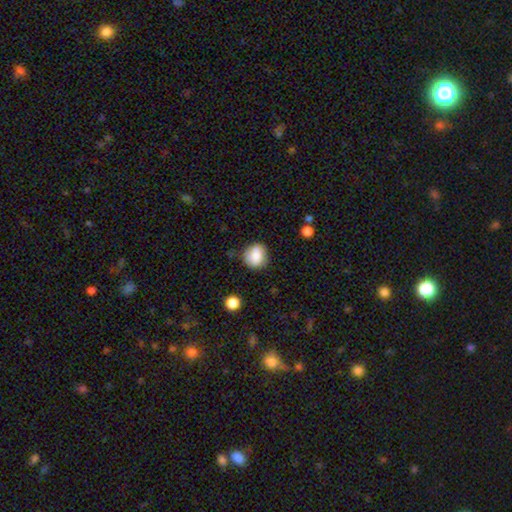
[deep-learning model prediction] Smooth or featured? smooth (82%)
How rounded? round (70%)
Merging? none (74%)